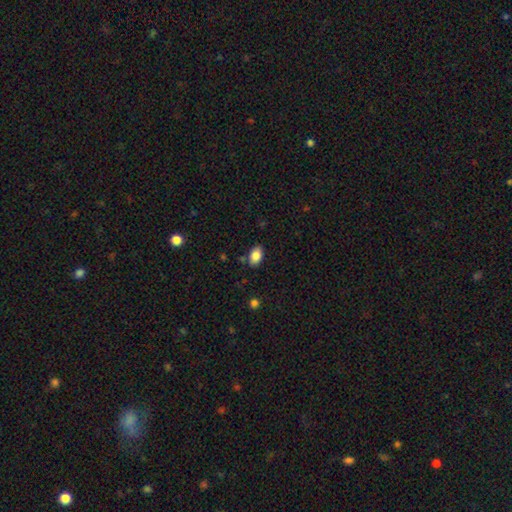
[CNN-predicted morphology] type=smooth (86%); roundness=in between (88%); merging=none (81%).